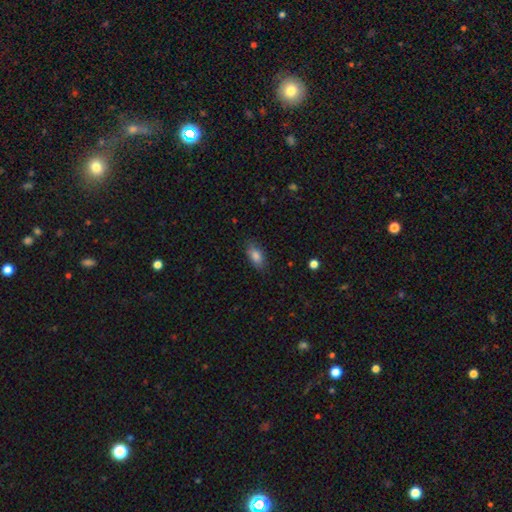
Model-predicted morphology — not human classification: Smooth or featured? smooth (82%)
How rounded? in between (87%)
Merging? none (82%)